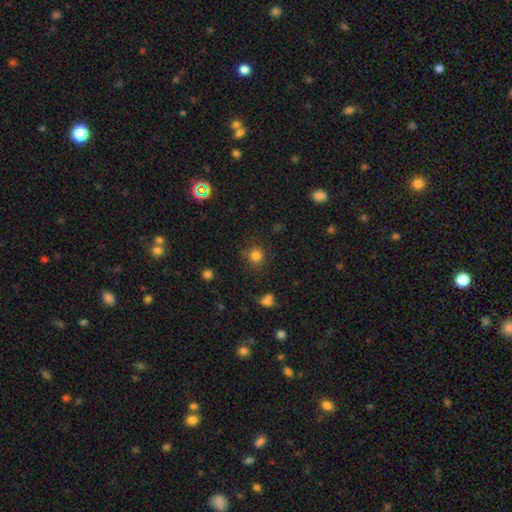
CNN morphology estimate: The model was most divided on "smooth or featured": smooth: 79%, star or artifact: 15%, featured or disk: 6%. More confident: how rounded — round (92%); merging — none (80%).